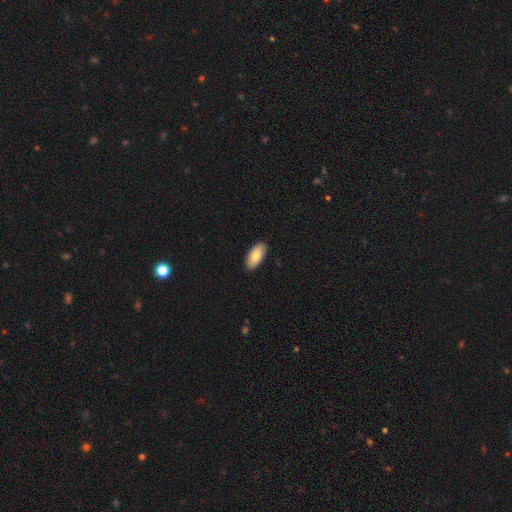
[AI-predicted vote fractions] A smooth galaxy with no disk features (82%) that is in between round and cigar-shaped (92%). Merging: none (89%).